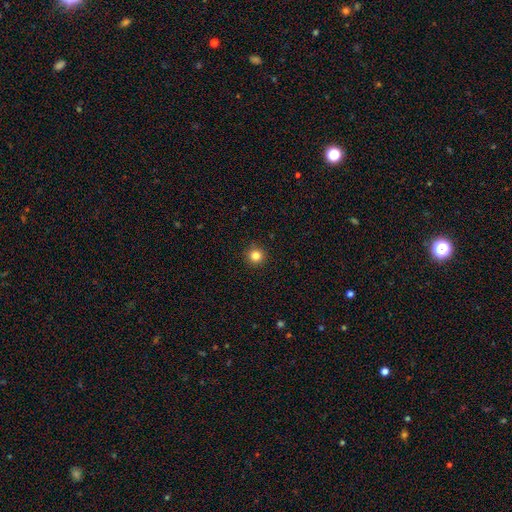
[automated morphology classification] This is clearly a smooth galaxy (84%). How rounded: clearly round (96%). Merging: clearly none (93%).